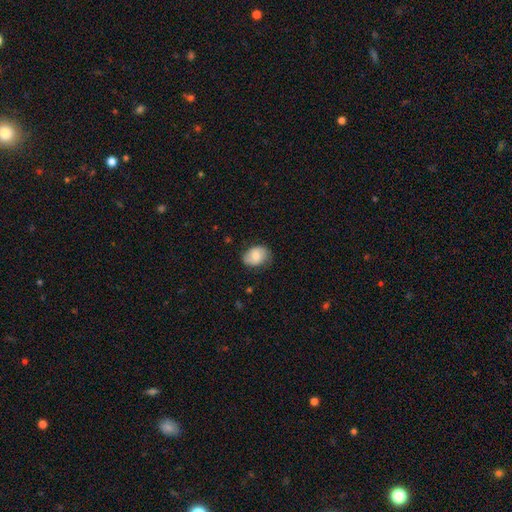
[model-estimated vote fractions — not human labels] A smooth galaxy with no disk features (70%) that is in between round and cigar-shaped (67%). Merging: none (70%).